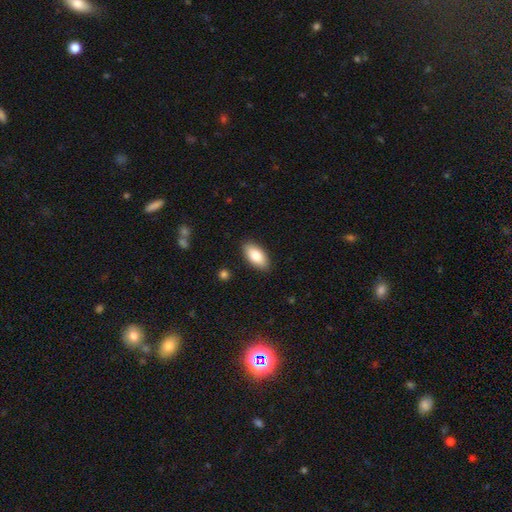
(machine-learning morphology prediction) A smooth galaxy with no disk features (82%) that is in between round and cigar-shaped (91%).

Vote fractions:
- Smooth or featured? smooth: 82% / featured or disk: 12% / star or artifact: 6%
- How rounded? in between: 91% / cigar-shaped: 6% / round: 3%
- Merging? none: 88% / minor disturbance: 9% / major disturbance: 2% / merger: 1%